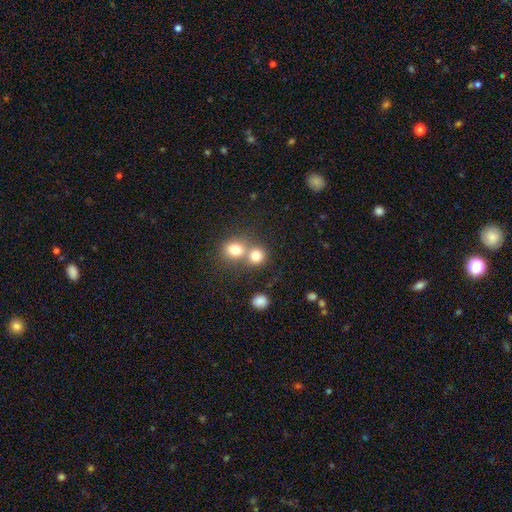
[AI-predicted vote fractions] A smooth galaxy with no disk features (78%) that is round (83%). Merging: merger (47%).